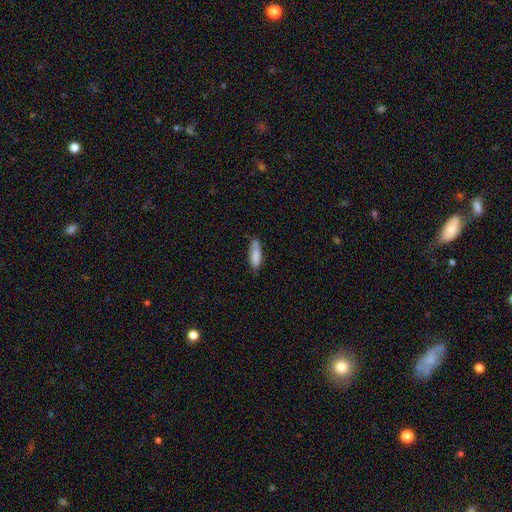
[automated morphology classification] Q: Smooth or featured?
A: smooth (84%); runner-up: featured or disk (10%)
Q: How rounded?
A: in between (51%); runner-up: cigar-shaped (47%)
Q: Merging?
A: none (67%); runner-up: minor disturbance (25%)